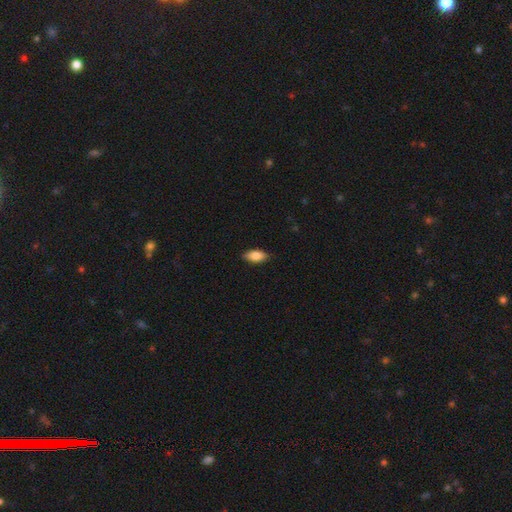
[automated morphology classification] smooth-or-featured: smooth: 82% | featured or disk: 12% | star or artifact: 7%
  how-rounded: in between: 87% | cigar-shaped: 10% | round: 3%
  merging: none: 86% | minor disturbance: 11% | major disturbance: 2% | merger: 1%